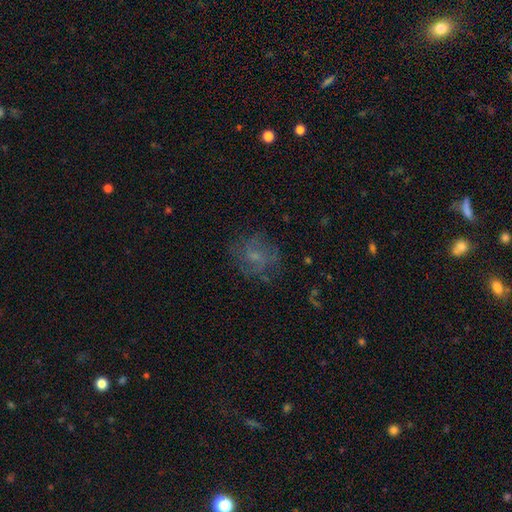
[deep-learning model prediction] This is marginally a featured or disk galaxy (45%). Merging: likely none (67%).